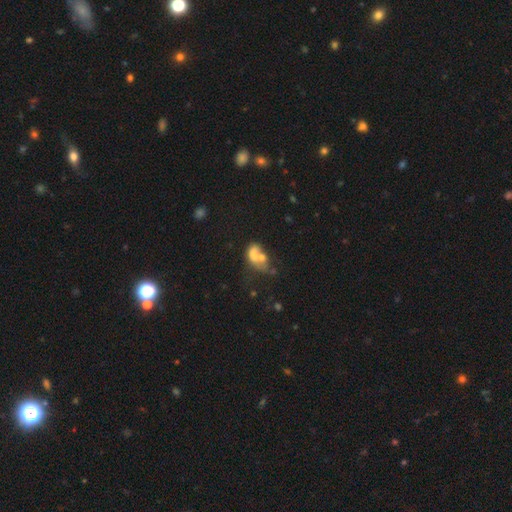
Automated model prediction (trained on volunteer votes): Smooth or featured: smooth — 58% (featured or disk — 29%)
How rounded: in between — 79% (round — 18%)
Merging: merger — 54% (none — 18%)